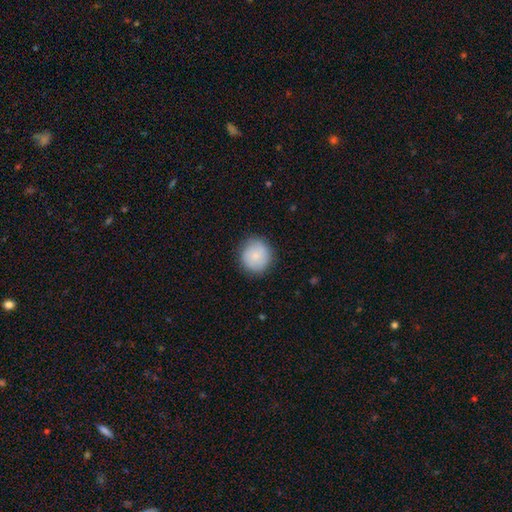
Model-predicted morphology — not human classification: Q: Smooth or featured?
A: smooth (78%); runner-up: featured or disk (15%)
Q: How rounded?
A: round (92%); runner-up: in between (7%)
Q: Merging?
A: none (85%); runner-up: minor disturbance (11%)